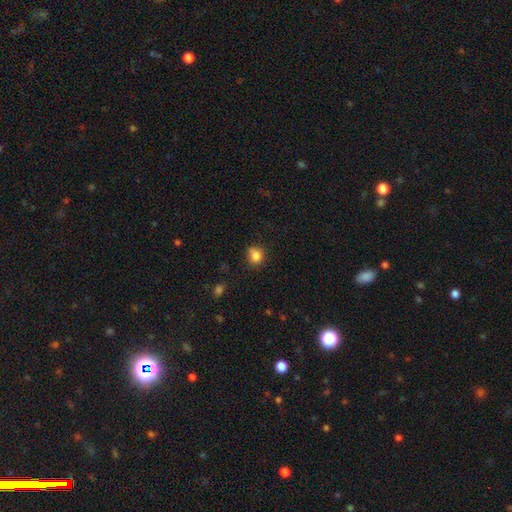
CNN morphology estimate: Q: Smooth or featured?
A: smooth (83%); runner-up: star or artifact (11%)
Q: How rounded?
A: round (70%); runner-up: in between (29%)
Q: Merging?
A: none (68%); runner-up: minor disturbance (24%)